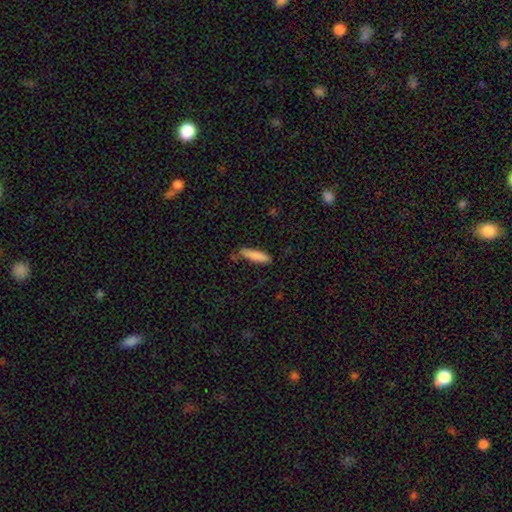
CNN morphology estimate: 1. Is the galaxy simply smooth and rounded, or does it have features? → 85% smooth, 8% featured or disk, 6% star or artifact.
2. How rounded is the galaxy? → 75% cigar-shaped, 23% in between, 1% round.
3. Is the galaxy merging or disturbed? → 73% none, 19% minor disturbance, 4% merger, 4% major disturbance.